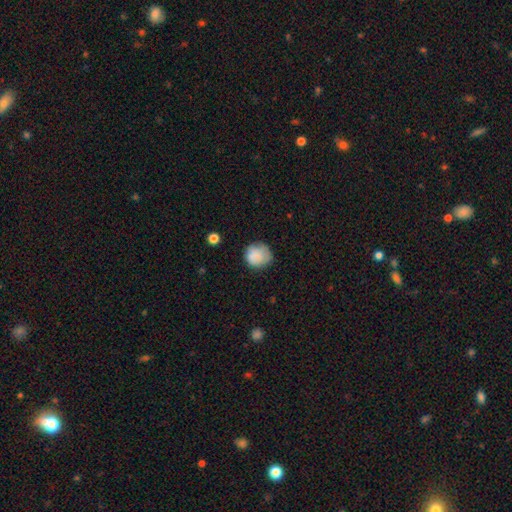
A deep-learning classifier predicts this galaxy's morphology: smooth 79%, featured or disk 13%, star or artifact 8%. Down the decision tree: how rounded — round (83%); merging — none (67%).